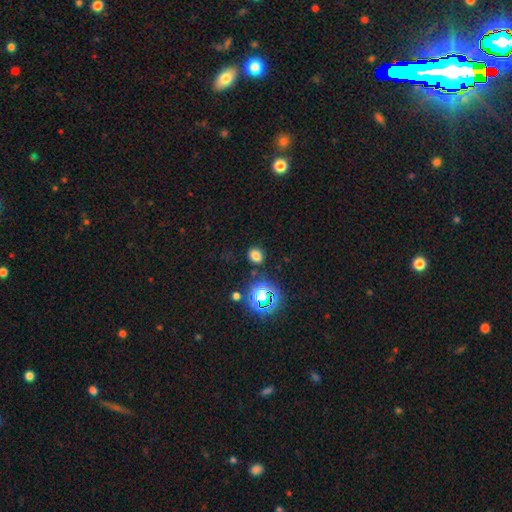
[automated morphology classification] The model was most divided on "how rounded": round: 50%, in between: 49%, cigar-shaped: 1%. More confident: merging — none (81%); smooth or featured — smooth (72%).